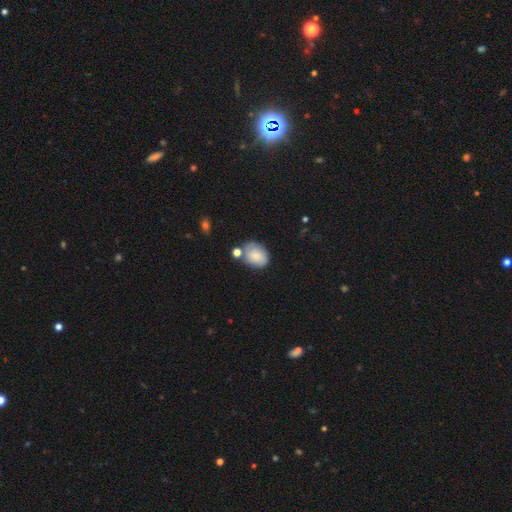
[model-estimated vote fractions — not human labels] Morphology: type=smooth (80%); roundness=in between (68%); merging=none (56%).